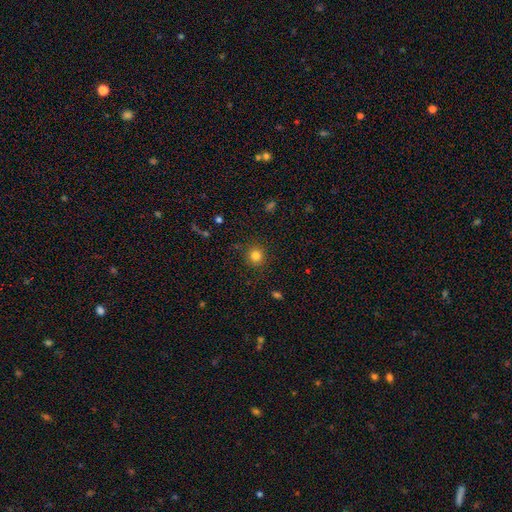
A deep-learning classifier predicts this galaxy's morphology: Overall: smooth (82%). How rounded: round (93%). Merging: none (87%).